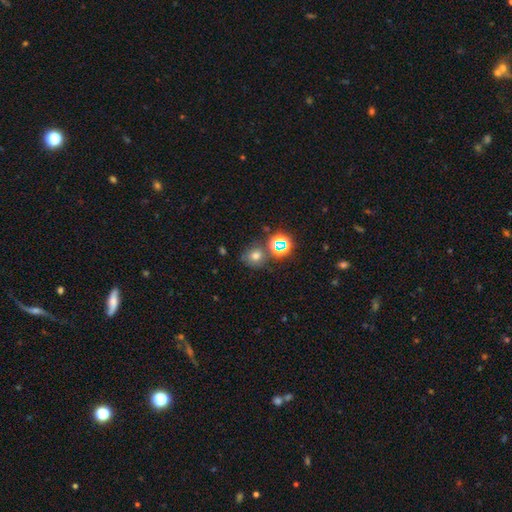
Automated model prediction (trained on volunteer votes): smooth-or-featured: smooth: 63% | star or artifact: 27% | featured or disk: 10%
  how-rounded: round: 75% | in between: 24% | cigar-shaped: 1%
  merging: none: 67% | merger: 14% | minor disturbance: 14% | major disturbance: 5%